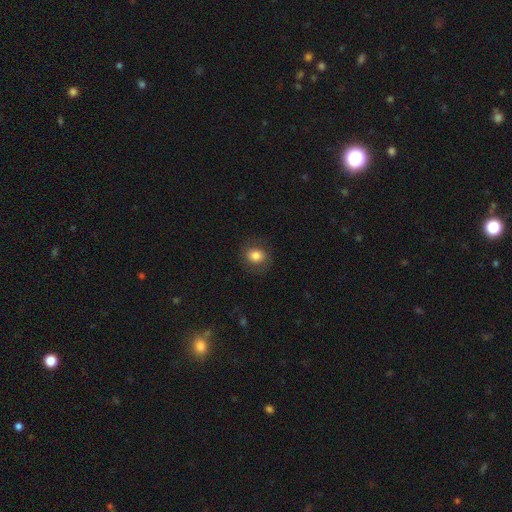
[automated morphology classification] A smooth galaxy with no disk features (80%) that is round (63%).

Vote fractions:
- Smooth or featured? smooth: 80% / featured or disk: 11% / star or artifact: 9%
- How rounded? round: 63% / in between: 36% / cigar-shaped: 1%
- Merging? none: 82% / minor disturbance: 12% / major disturbance: 5% / merger: 1%